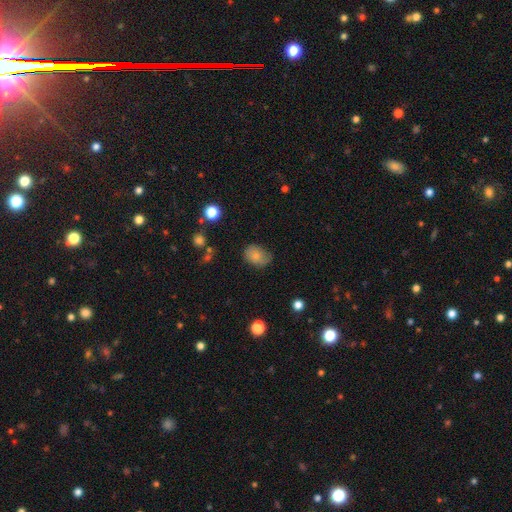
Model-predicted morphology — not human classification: smooth 78%, featured or disk 13%, star or artifact 9%. Down the decision tree: how rounded — in between (73%); merging — none (64%).